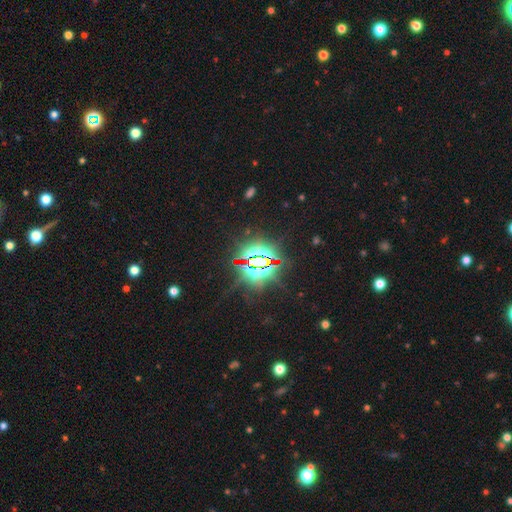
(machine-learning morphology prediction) Q: Smooth or featured?
A: star or artifact (84%); runner-up: featured or disk (9%)